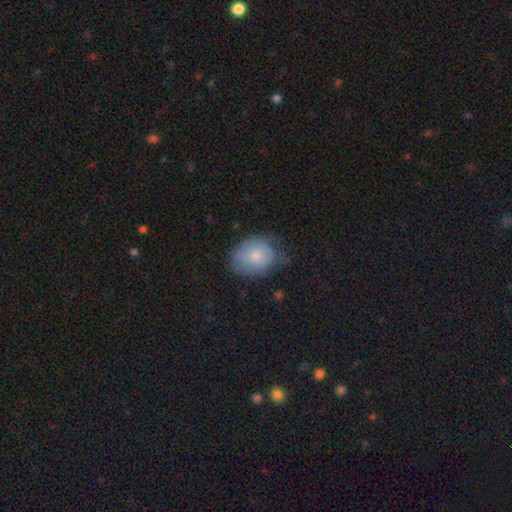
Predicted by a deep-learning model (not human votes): Morphology: type=smooth (69%); roundness=in between (52%); merging=none (55%).